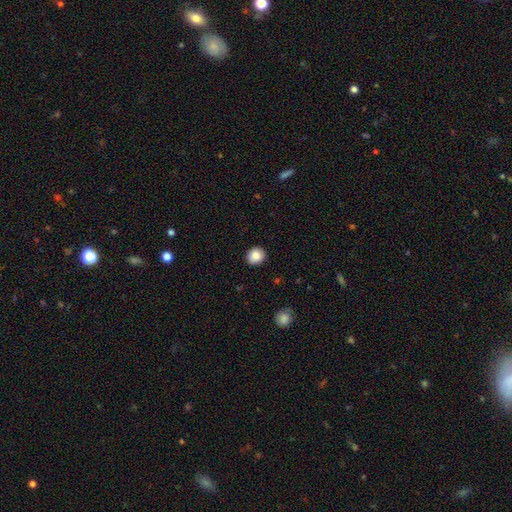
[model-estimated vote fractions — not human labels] smooth 85%, star or artifact 9%, featured or disk 6%. Down the decision tree: how rounded — round (82%); merging — none (91%).